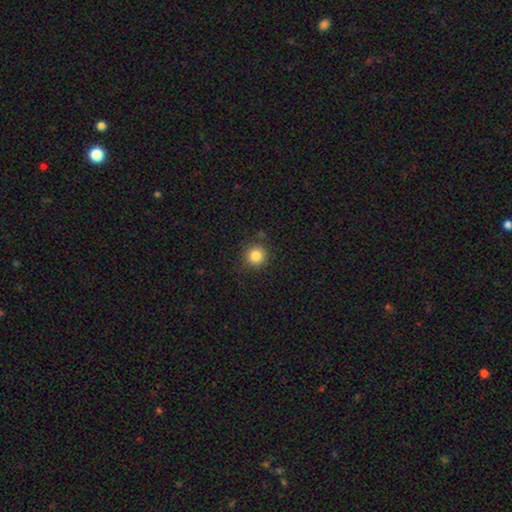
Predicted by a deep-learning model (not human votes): This appears to be a smooth galaxy with no disk features (84%) that is round (93%). Merging: none (86%).